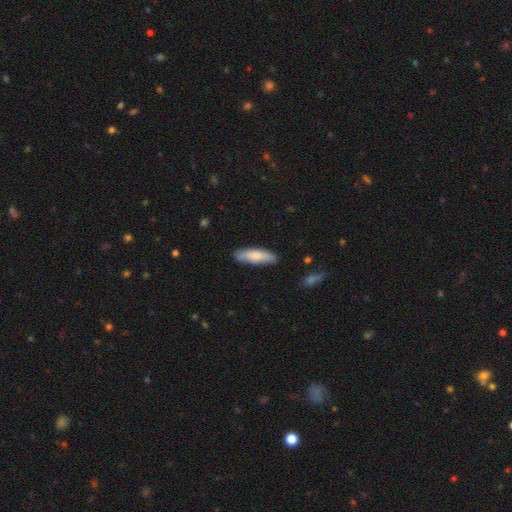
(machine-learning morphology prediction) The model was most divided on "how rounded": cigar-shaped: 50%, in between: 48%, round: 2%. More confident: merging — none (78%); smooth or featured — smooth (77%).